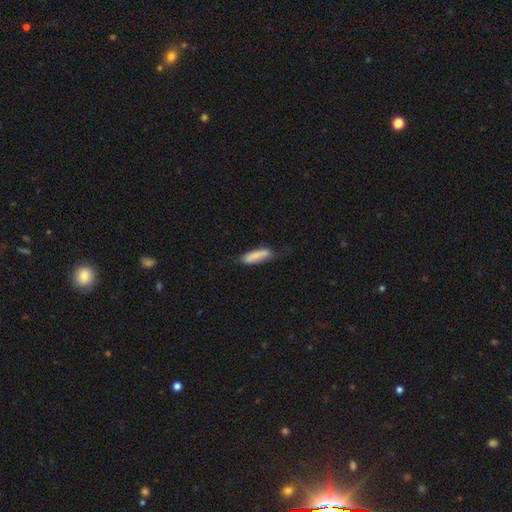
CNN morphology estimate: type=smooth (83%); roundness=cigar-shaped (57%); merging=none (59%).